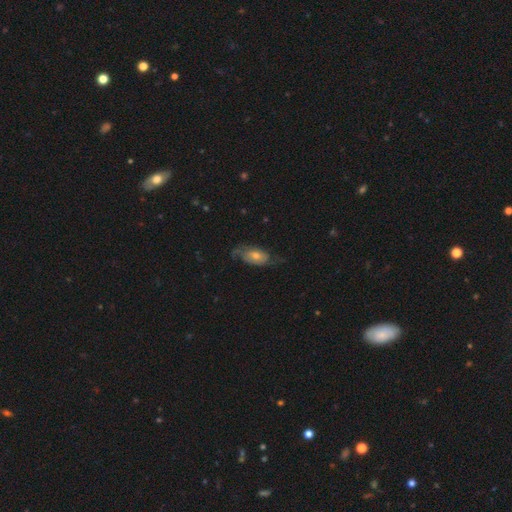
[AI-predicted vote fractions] A featured or disk galaxy (62%) with no bar (70%), spiral arms (81%) and a moderate central bulge (57%). Merging: none (60%).